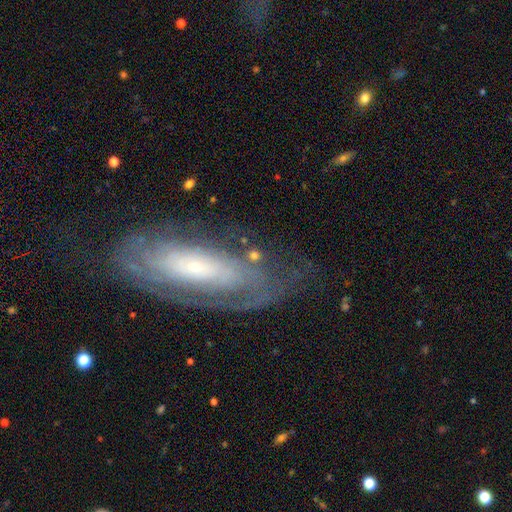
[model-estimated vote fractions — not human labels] Q: Smooth or featured?
A: featured or disk (75%); runner-up: smooth (17%)
Q: Edge-on disk?
A: no (85%); runner-up: yes (15%)
Q: Bar?
A: no (73%); runner-up: weak (19%)
Q: Spiral arms?
A: yes (83%); runner-up: no (17%)
Q: Spiral winding?
A: tight (71%); runner-up: medium (21%)
Q: Spiral arm count?
A: can't tell (60%); runner-up: 2 (16%)
Q: Bulge size?
A: small (77%); runner-up: moderate (15%)
Q: Merging?
A: none (67%); runner-up: minor disturbance (19%)